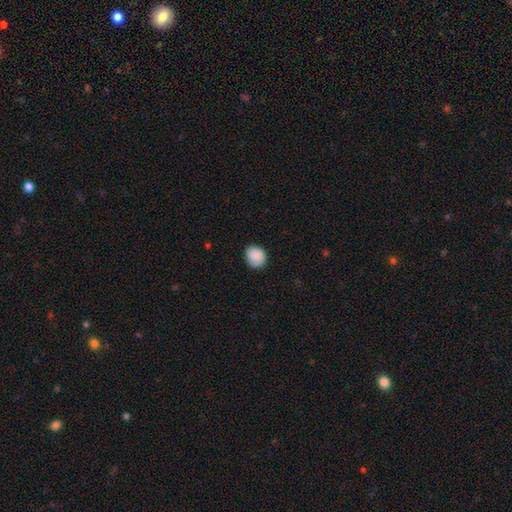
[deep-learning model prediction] Morphology: type=smooth (89%); roundness=round (72%); merging=none (83%).